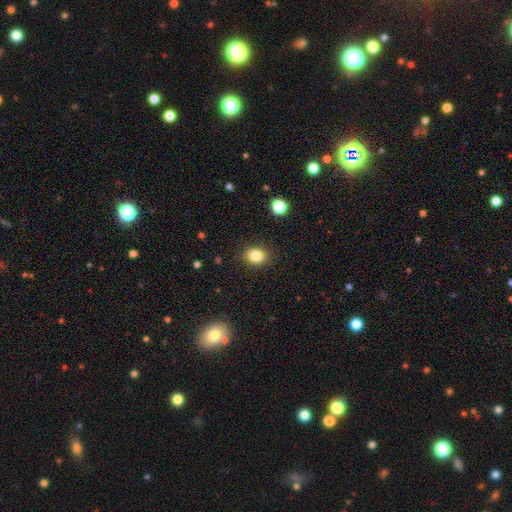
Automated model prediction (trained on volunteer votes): This is clearly a smooth galaxy (84%). How rounded: possibly in between (58%). Merging: clearly none (87%).